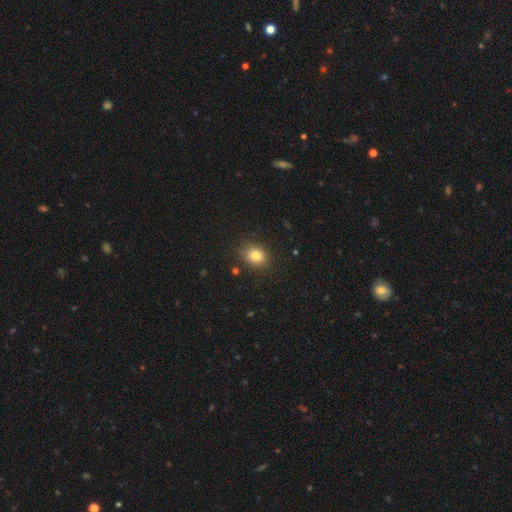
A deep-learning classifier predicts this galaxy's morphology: smooth-or-featured: smooth: 81% | star or artifact: 11% | featured or disk: 7%
  how-rounded: round: 55% | in between: 44% | cigar-shaped: 1%
  merging: none: 85% | minor disturbance: 10% | major disturbance: 3% | merger: 2%